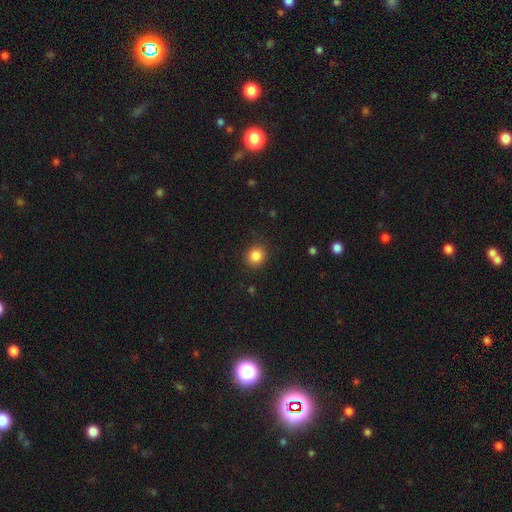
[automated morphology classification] smooth-or-featured: smooth: 85% | star or artifact: 11% | featured or disk: 4%
  how-rounded: round: 86% | in between: 14% | cigar-shaped: 1%
  merging: none: 88% | minor disturbance: 8% | major disturbance: 3% | merger: 1%